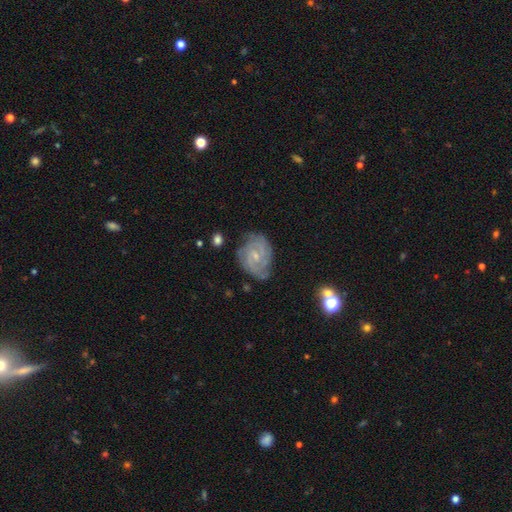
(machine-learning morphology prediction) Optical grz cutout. It shows a featured or disk galaxy (84%) with a weak bar (47%), 2 (41%) tight (63%) spiral arms (96%) and a small central bulge (69%). Merging: none (68%).